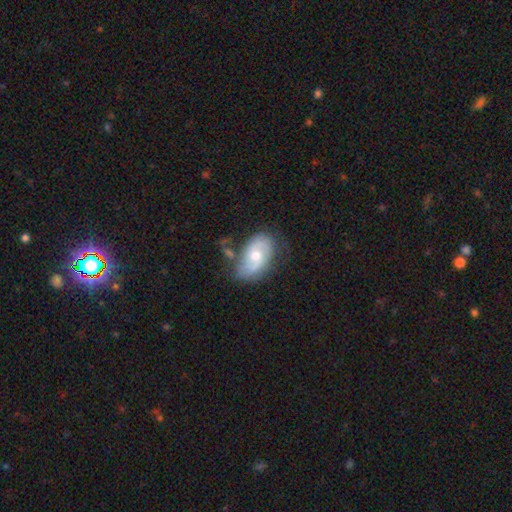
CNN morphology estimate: Smooth or featured: featured or disk — 63% (smooth — 31%)
Edge-on disk: no — 95% (yes — 5%)
Bar: no — 62% (weak — 32%)
Spiral arms: yes — 79% (no — 21%)
Bulge size: moderate — 72% (small — 20%)
Merging: none — 60% (minor disturbance — 23%)